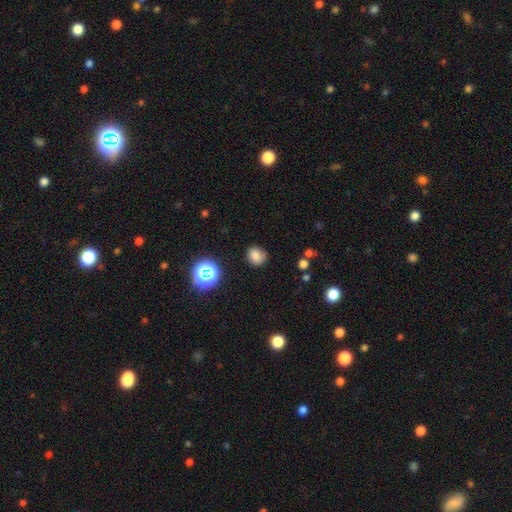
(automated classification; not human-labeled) A smooth galaxy with no disk features (77%) that is round (74%). Merging: none (75%).